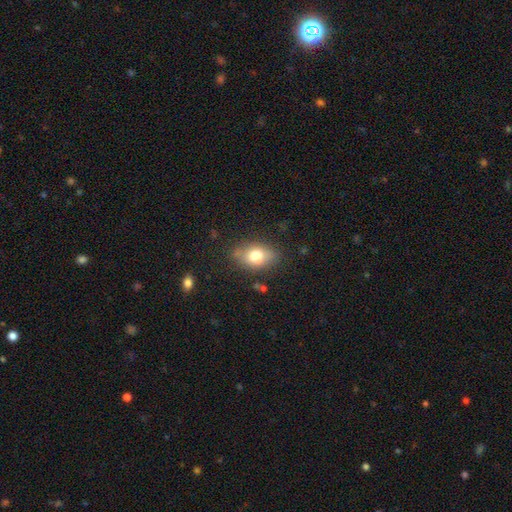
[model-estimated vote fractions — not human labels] Overall: smooth (72%). How rounded: in between (81%). Merging: none (76%).